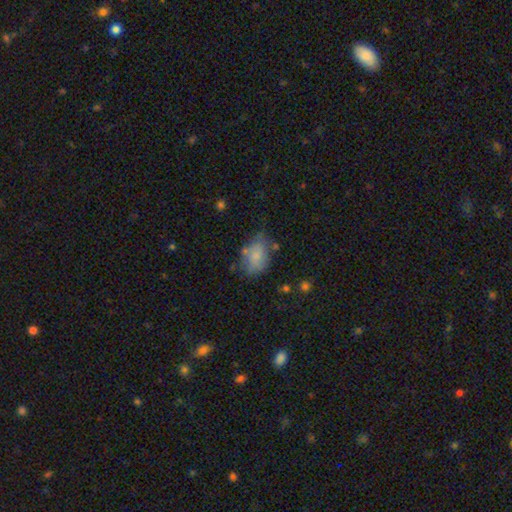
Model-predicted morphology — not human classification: Smooth or featured?
  - smooth: 73% *
  - featured or disk: 18%
  - star or artifact: 9%
How rounded?
  - in between: 80% *
  - round: 18%
  - cigar-shaped: 1%
Merging?
  - none: 53% *
  - minor disturbance: 29%
  - major disturbance: 11%
  - merger: 7%